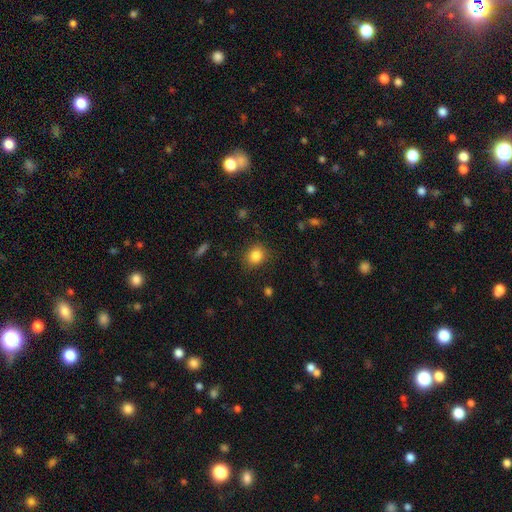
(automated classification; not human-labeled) Smooth or featured? Predicted: smooth (p=0.84). How rounded? Predicted: round (p=0.67). Merging? Predicted: none (p=0.85).